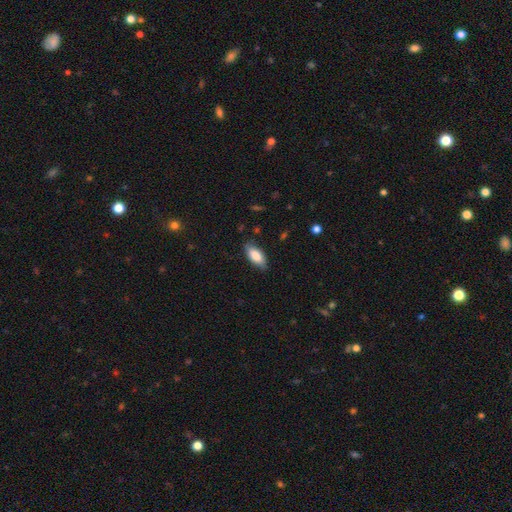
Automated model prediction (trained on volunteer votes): A smooth galaxy with no disk features (82%) that is in between round and cigar-shaped (88%).

Vote fractions:
- Smooth or featured? smooth: 82% / featured or disk: 12% / star or artifact: 6%
- How rounded? in between: 88% / cigar-shaped: 10% / round: 2%
- Merging? none: 80% / minor disturbance: 16% / major disturbance: 3% / merger: 1%